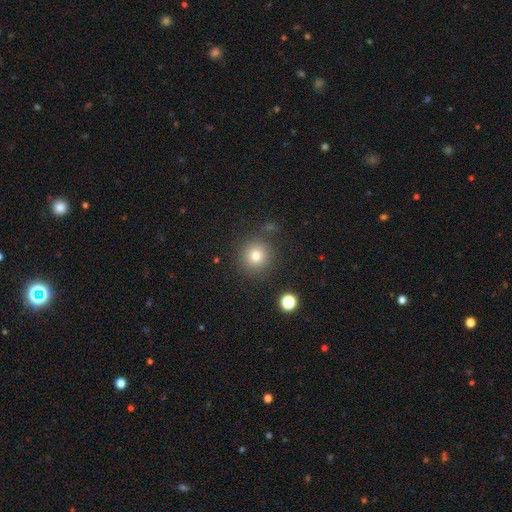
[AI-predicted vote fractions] Q: Smooth or featured?
A: smooth (78%); runner-up: star or artifact (14%)
Q: How rounded?
A: round (94%); runner-up: in between (5%)
Q: Merging?
A: none (85%); runner-up: minor disturbance (8%)